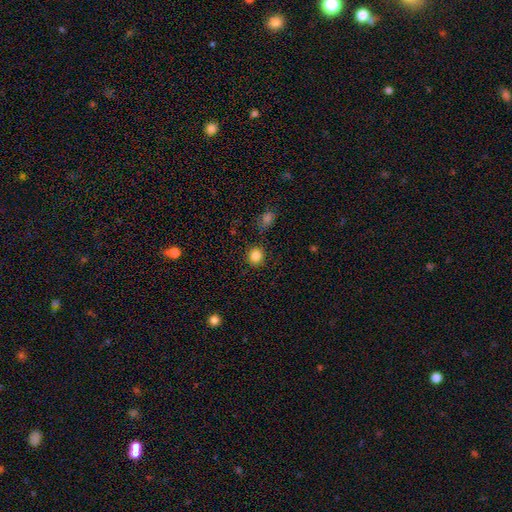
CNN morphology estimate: Overall: smooth (85%). How rounded: round (86%). Merging: none (87%).